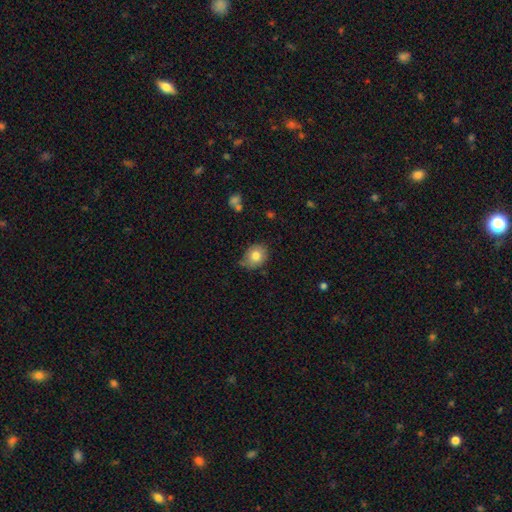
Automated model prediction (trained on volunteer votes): smooth-or-featured: smooth: 79% | featured or disk: 11% | star or artifact: 9%
  how-rounded: round: 53% | in between: 46% | cigar-shaped: 1%
  merging: none: 72% | minor disturbance: 22% | major disturbance: 4% | merger: 2%